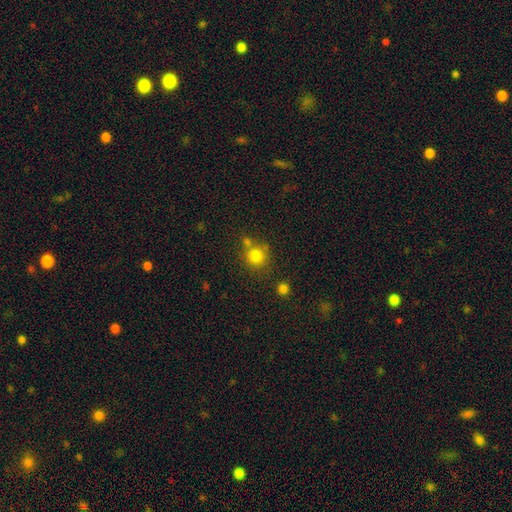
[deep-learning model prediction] A smooth galaxy with no disk features (80%) that is round (91%). Merging: none (69%).